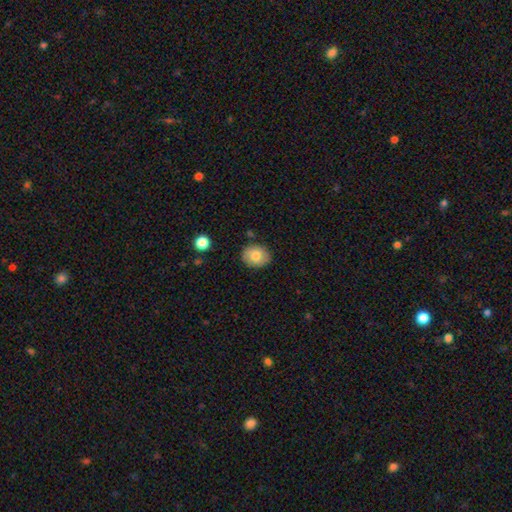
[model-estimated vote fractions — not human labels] A smooth galaxy with no disk features (79%) that is round (60%).

Vote fractions:
- Smooth or featured? smooth: 79% / featured or disk: 13% / star or artifact: 8%
- How rounded? round: 60% / in between: 39% / cigar-shaped: 1%
- Merging? none: 85% / minor disturbance: 11% / major disturbance: 2% / merger: 2%